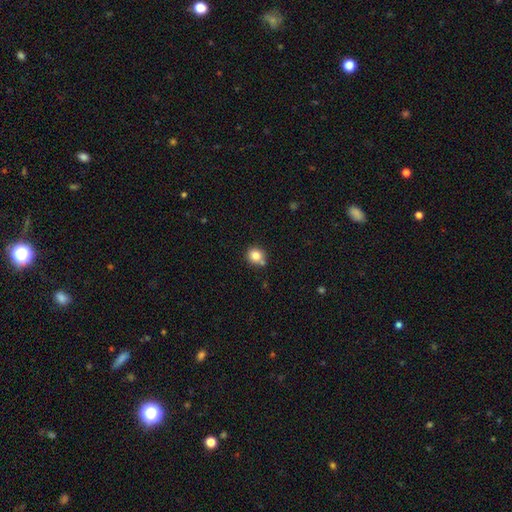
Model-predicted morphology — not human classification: smooth-or-featured: smooth: 82% | star or artifact: 11% | featured or disk: 8%
  how-rounded: round: 83% | in between: 16% | cigar-shaped: 1%
  merging: none: 67% | minor disturbance: 15% | merger: 14% | major disturbance: 4%